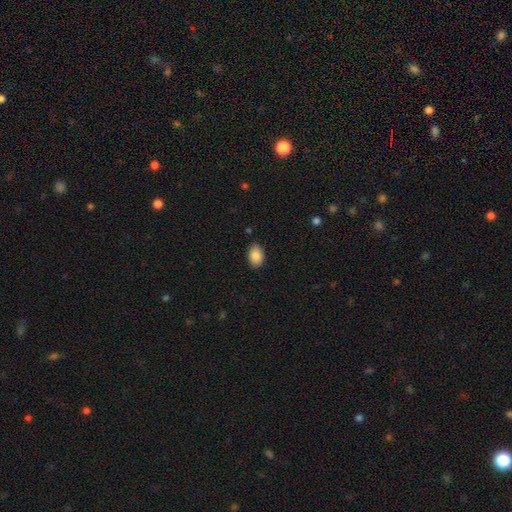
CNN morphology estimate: A smooth galaxy with no disk features (88%) that is in between round and cigar-shaped (85%).

Vote fractions:
- Smooth or featured? smooth: 88% / star or artifact: 7% / featured or disk: 4%
- How rounded? in between: 85% / round: 14% / cigar-shaped: 1%
- Merging? none: 84% / minor disturbance: 12% / major disturbance: 2% / merger: 1%